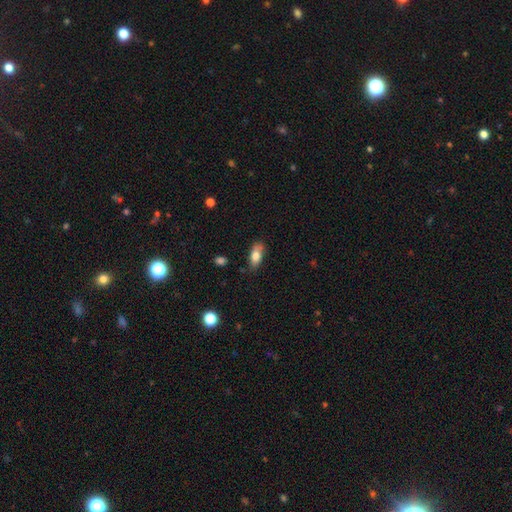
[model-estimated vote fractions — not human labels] Q: Smooth or featured?
A: smooth (77%); runner-up: featured or disk (15%)
Q: How rounded?
A: in between (83%); runner-up: cigar-shaped (12%)
Q: Merging?
A: none (67%); runner-up: minor disturbance (23%)